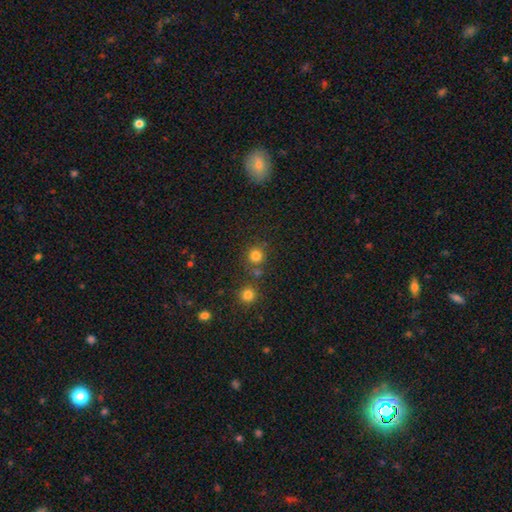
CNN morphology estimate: Overall: smooth (79%). How rounded: round (90%). Merging: none (73%).